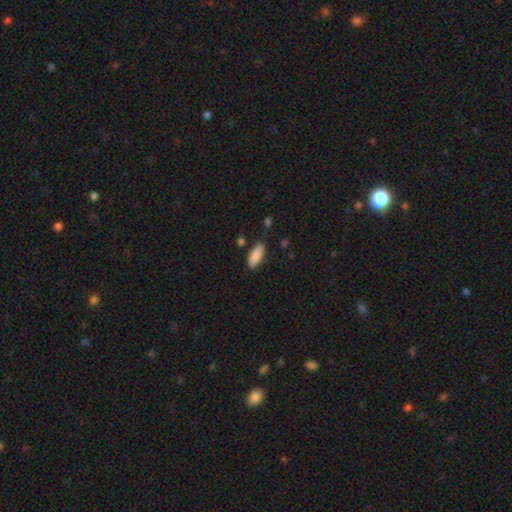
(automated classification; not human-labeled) This appears to be a smooth galaxy with no disk features (88%) that is in between round and cigar-shaped (81%). Merging: none (81%).